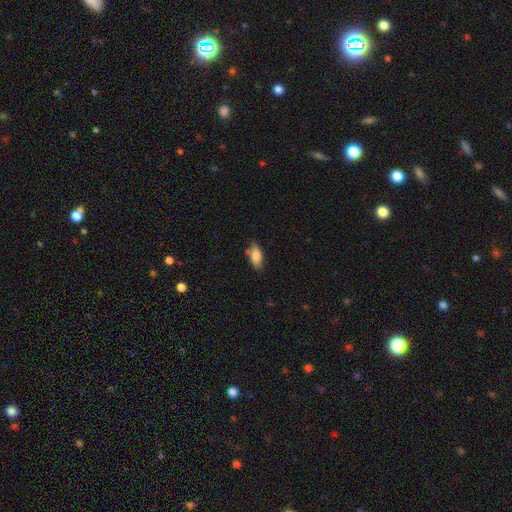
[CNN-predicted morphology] type=smooth (81%); roundness=in between (86%); merging=none (67%).